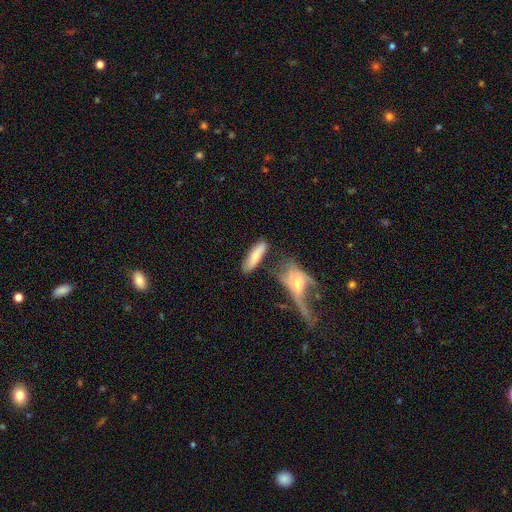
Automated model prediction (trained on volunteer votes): smooth_or_featured: smooth (p=0.71) [alt: featured or disk p=0.23]
how_rounded: cigar-shaped (p=0.60) [alt: in between p=0.38]
merging: none (p=0.61) [alt: minor disturbance p=0.17]